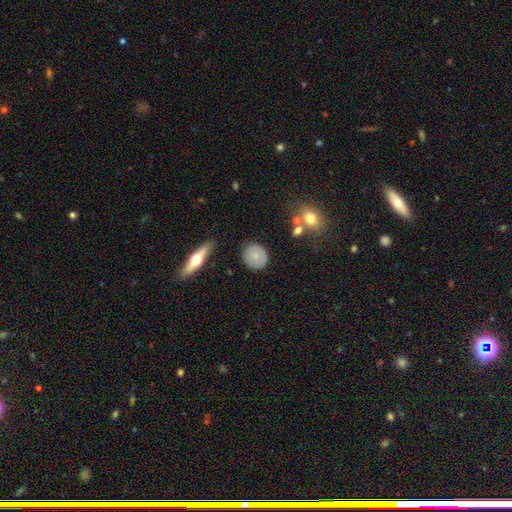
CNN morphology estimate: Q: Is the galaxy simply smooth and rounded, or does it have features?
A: smooth — 72%.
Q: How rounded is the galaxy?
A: round — 84%.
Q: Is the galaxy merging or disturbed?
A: none — 83%.